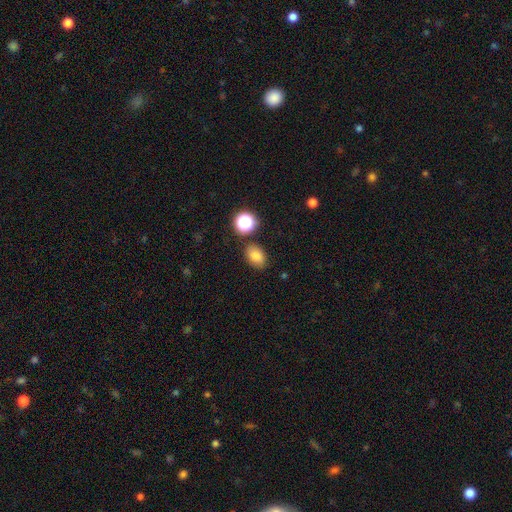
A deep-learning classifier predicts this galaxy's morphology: A smooth galaxy with no disk features (81%) that is in between round and cigar-shaped (75%). Merging: none (82%).